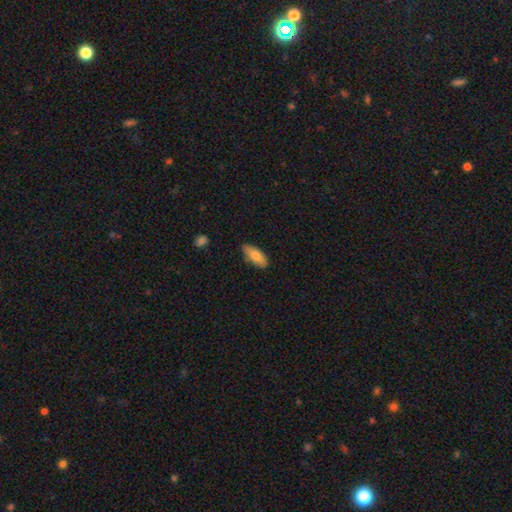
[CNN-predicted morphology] smooth_or_featured: smooth (p=0.74) [alt: featured or disk p=0.19]
how_rounded: in between (p=0.78) [alt: cigar-shaped p=0.20]
merging: none (p=0.82) [alt: minor disturbance p=0.14]